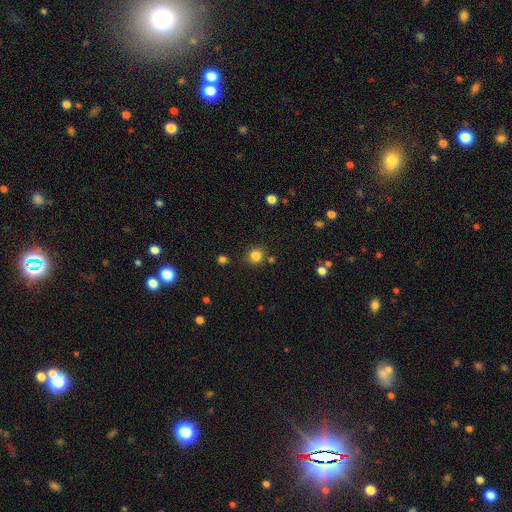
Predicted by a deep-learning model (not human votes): smooth-or-featured: smooth: 82% | star or artifact: 13% | featured or disk: 5%
  how-rounded: round: 90% | in between: 9% | cigar-shaped: 1%
  merging: none: 82% | minor disturbance: 10% | merger: 5% | major disturbance: 3%